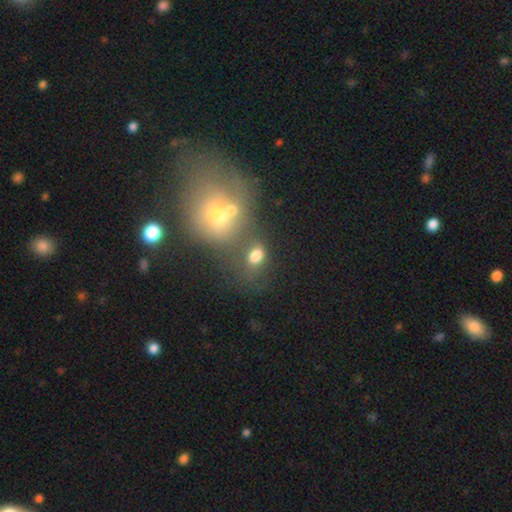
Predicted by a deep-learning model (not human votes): Q: Smooth or featured?
A: smooth (73%); runner-up: star or artifact (16%)
Q: How rounded?
A: in between (62%); runner-up: round (36%)
Q: Merging?
A: none (48%); runner-up: merger (28%)